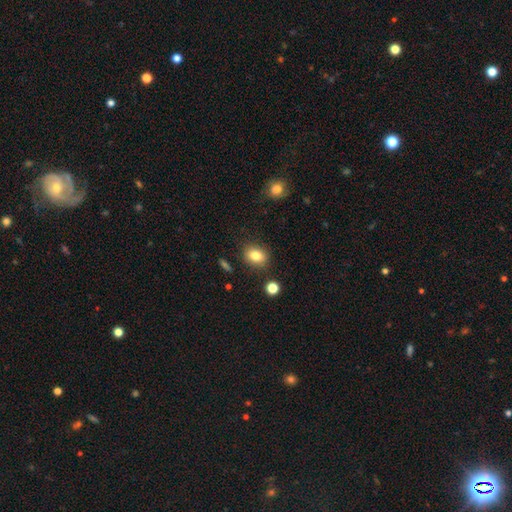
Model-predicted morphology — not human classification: smooth 82%, star or artifact 10%, featured or disk 8%. Down the decision tree: how rounded — in between (58%); merging — none (85%).